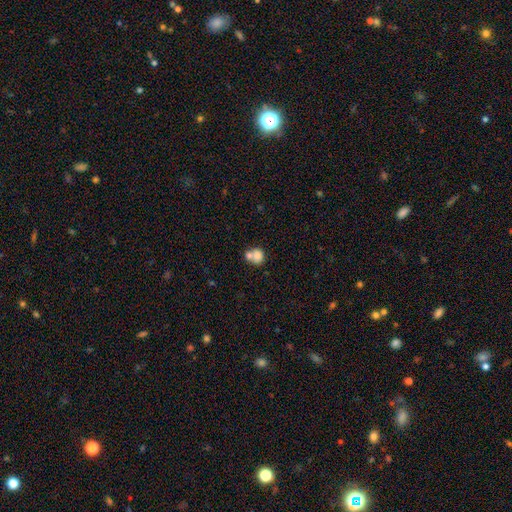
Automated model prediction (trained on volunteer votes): Smooth or featured?
  - smooth: 74% *
  - featured or disk: 16%
  - star or artifact: 10%
How rounded?
  - round: 64% *
  - in between: 35%
  - cigar-shaped: 1%
Merging?
  - merger: 56% *
  - none: 30%
  - minor disturbance: 9%
  - major disturbance: 5%